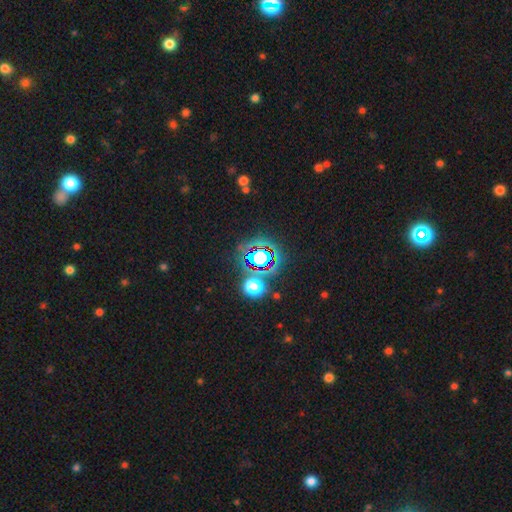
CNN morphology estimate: Smooth or featured? Predicted: star or artifact (p=0.76).